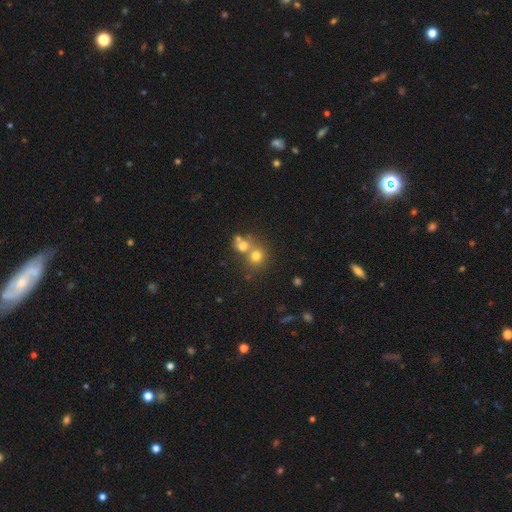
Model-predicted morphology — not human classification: This appears to be a smooth galaxy with no disk features (71%) that is round (83%). Merging: merger (48%).